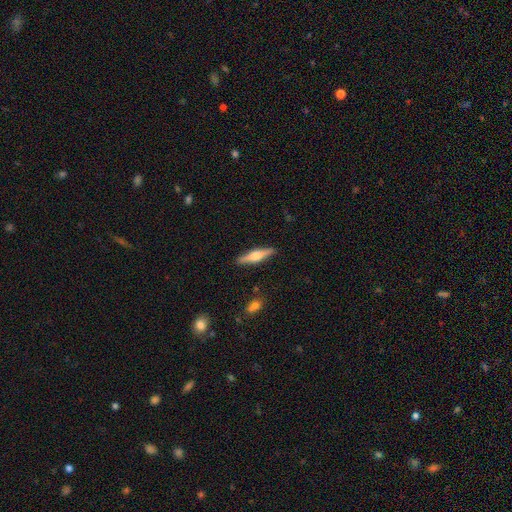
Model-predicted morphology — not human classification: A featured or disk galaxy (56%) viewed edge-on (96%) with a rounded central bulge (85%).

Vote fractions:
- Smooth or featured? featured or disk: 56% / smooth: 39% / star or artifact: 6%
- Edge-on disk? yes: 96% / no: 4%
- Edge-on bulge? rounded: 85% / boxy: 11% / none: 4%
- Merging? none: 89% / minor disturbance: 8% / major disturbance: 2% / merger: 1%